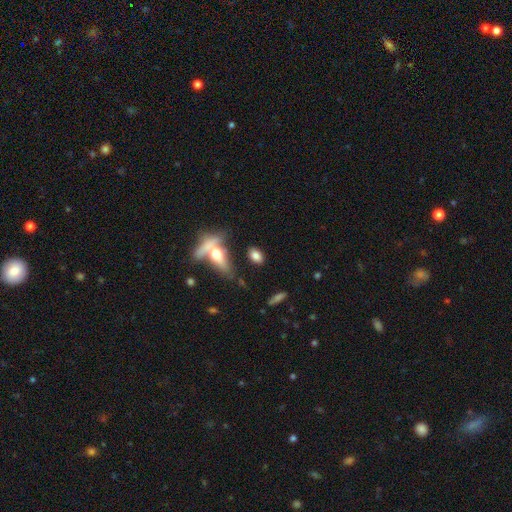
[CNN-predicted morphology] smooth-or-featured: smooth: 78% | featured or disk: 14% | star or artifact: 9%
  how-rounded: in between: 83% | round: 10% | cigar-shaped: 7%
  merging: none: 72% | minor disturbance: 12% | merger: 11% | major disturbance: 5%